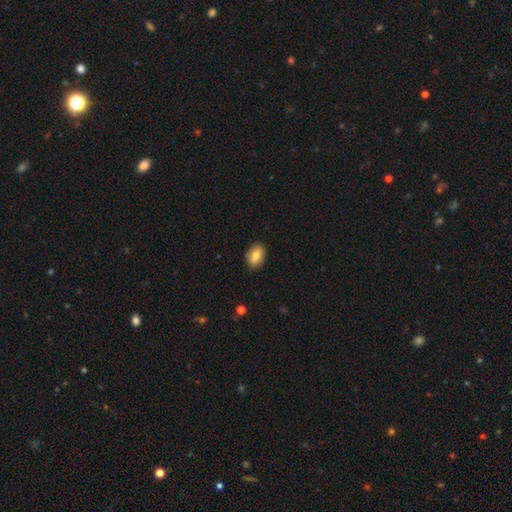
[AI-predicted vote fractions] Overall: smooth (84%). How rounded: in between (89%). Merging: none (88%).